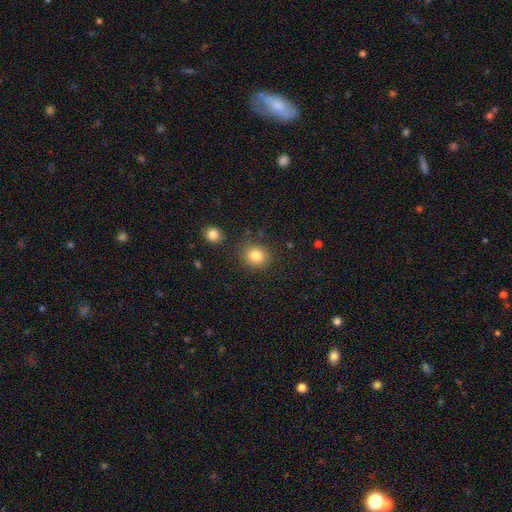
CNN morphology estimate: smooth-or-featured: smooth: 83% | star or artifact: 11% | featured or disk: 6%
  how-rounded: round: 81% | in between: 18% | cigar-shaped: 1%
  merging: none: 83% | minor disturbance: 10% | merger: 4% | major disturbance: 3%